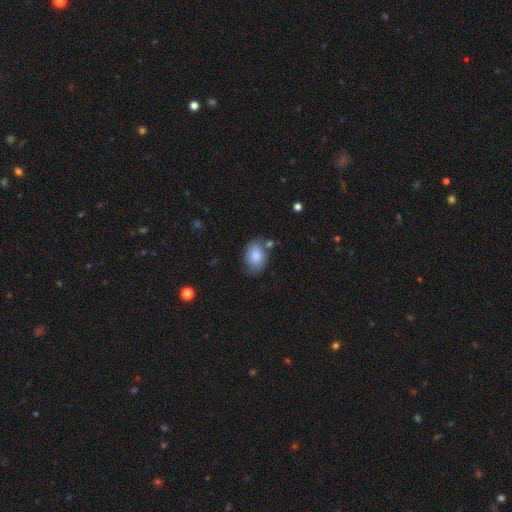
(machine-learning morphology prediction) Overall: smooth (77%). How rounded: in between (76%). Merging: none (61%; minor disturbance 24%).